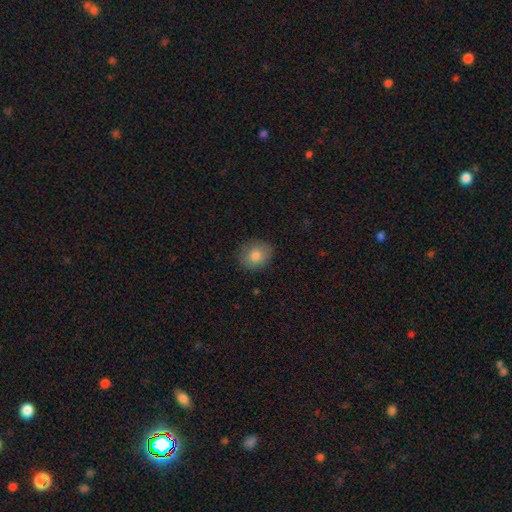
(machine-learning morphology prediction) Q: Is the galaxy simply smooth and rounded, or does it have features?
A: smooth — 80%.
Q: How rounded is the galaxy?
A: round — 63%.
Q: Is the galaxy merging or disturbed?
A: none — 86%.